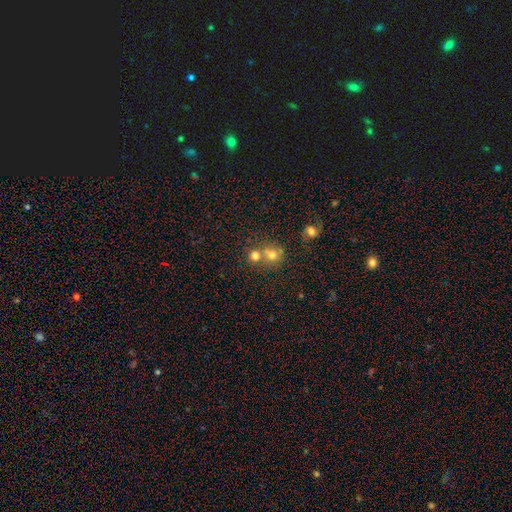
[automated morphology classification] A smooth galaxy with no disk features (72%) that is round (82%). Merging: merger (48%).